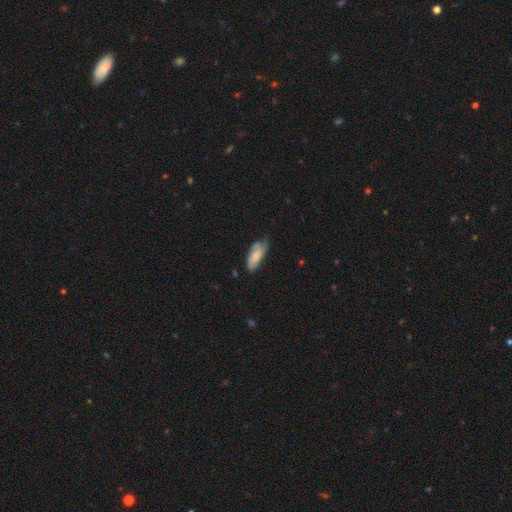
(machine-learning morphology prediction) Overall: smooth (62%; featured or disk 31%). How rounded: in between (77%). Merging: none (54%; minor disturbance 35%).